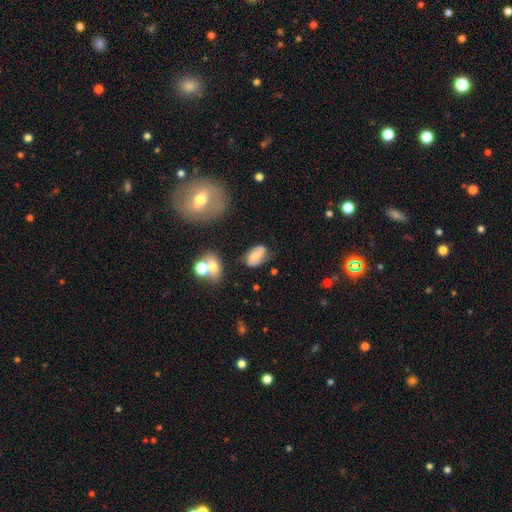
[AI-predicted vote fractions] This appears to be a smooth galaxy with no disk features (48%). Merging: none (70%).